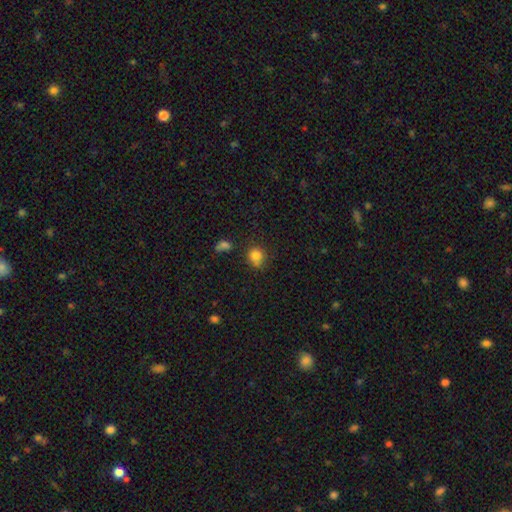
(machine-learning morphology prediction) smooth 81%, star or artifact 12%, featured or disk 7%. Down the decision tree: how rounded — round (79%); merging — none (61%).